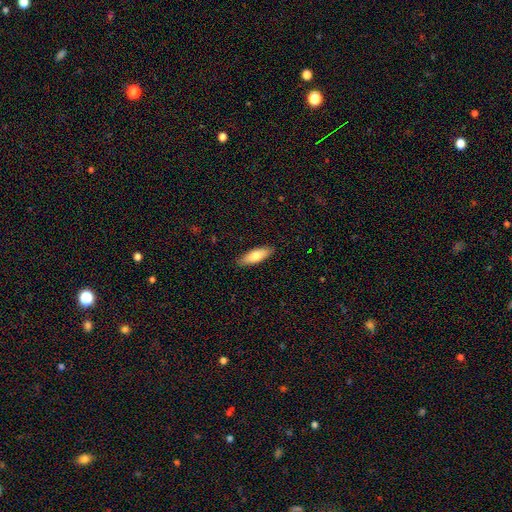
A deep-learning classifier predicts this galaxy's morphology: smooth-or-featured: smooth: 73% | featured or disk: 21% | star or artifact: 6%
  how-rounded: in between: 53% | cigar-shaped: 45% | round: 2%
  merging: none: 89% | minor disturbance: 8% | major disturbance: 2% | merger: 1%